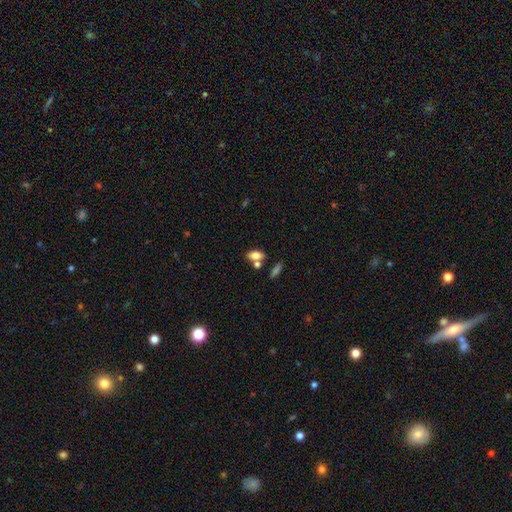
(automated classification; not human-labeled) The model was most divided on "merging": none: 59%, merger: 26%, minor disturbance: 11%, major disturbance: 4%. More confident: how rounded — in between (83%); smooth or featured — smooth (73%).